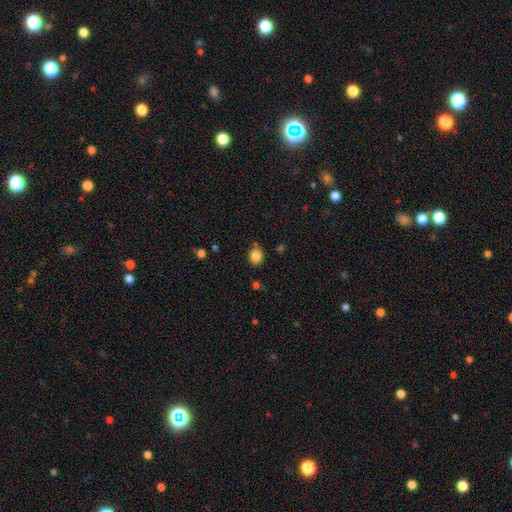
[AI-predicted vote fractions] This is clearly a smooth galaxy (84%). How rounded: likely round (66%). Merging: likely none (80%).